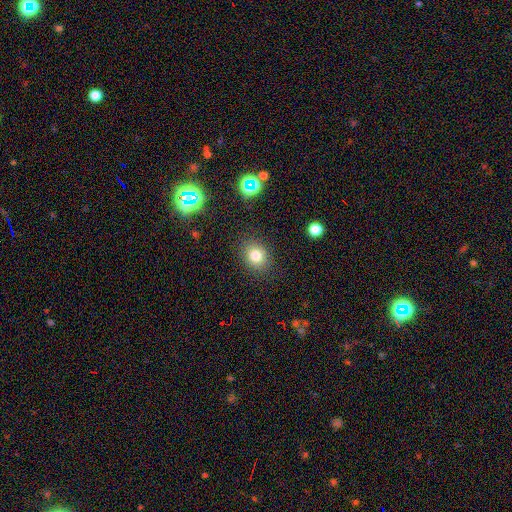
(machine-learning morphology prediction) The model was most divided on "how rounded": round: 58%, in between: 41%, cigar-shaped: 1%. More confident: merging — none (86%); smooth or featured — smooth (78%).